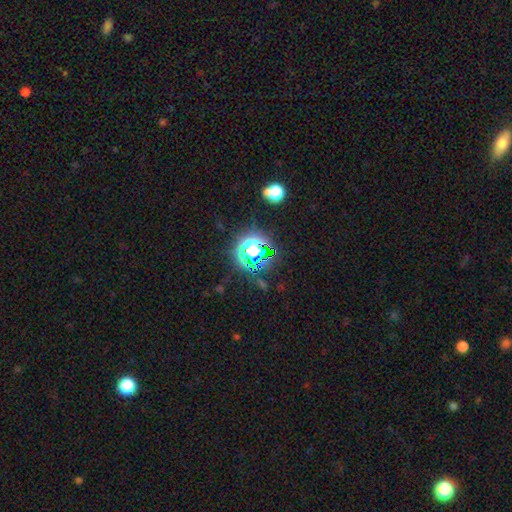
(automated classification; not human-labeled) Overall: star or artifact (65%).